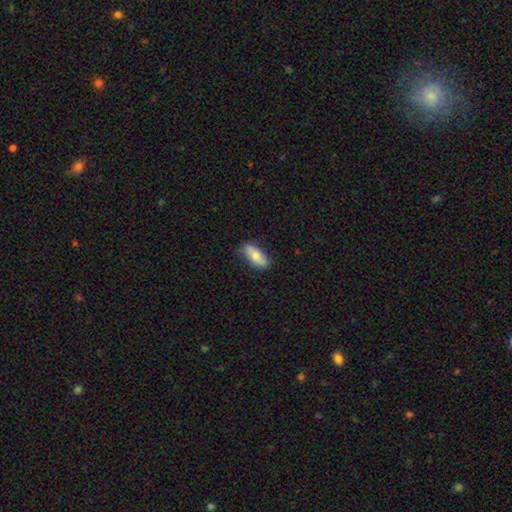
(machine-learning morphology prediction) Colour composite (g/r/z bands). It shows a smooth galaxy with no disk features (70%) that is in between round and cigar-shaped (81%). Merging: none (84%).